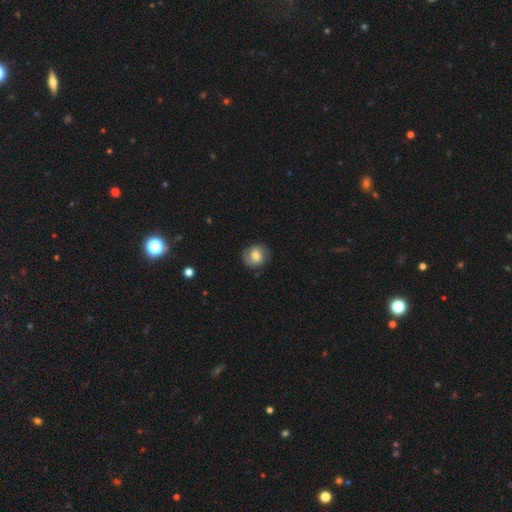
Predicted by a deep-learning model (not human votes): The model was most divided on "smooth or featured": smooth: 49%, featured or disk: 43%, star or artifact: 8%. More confident: merging — none (79%).